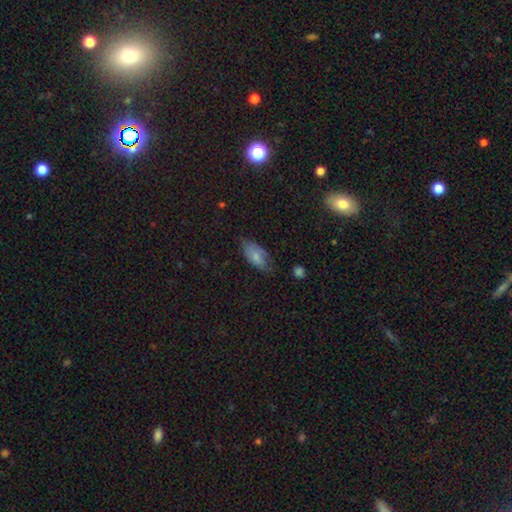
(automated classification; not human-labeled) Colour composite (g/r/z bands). It shows a smooth galaxy with no disk features (73%) that is in between round and cigar-shaped (91%). Merging: none (57%).